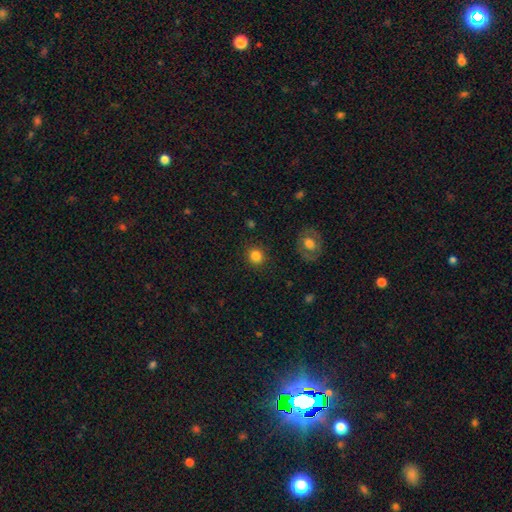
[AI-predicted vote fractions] The model was most divided on "smooth or featured": smooth: 83%, star or artifact: 12%, featured or disk: 6%. More confident: merging — none (89%); how rounded — round (87%).